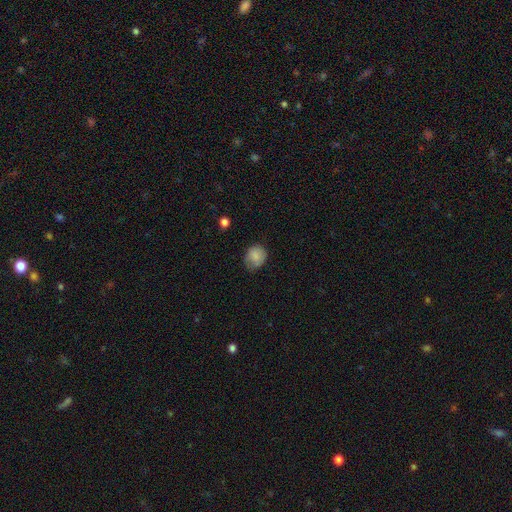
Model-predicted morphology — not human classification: A smooth galaxy with no disk features (82%) that is round (63%).

Vote fractions:
- Smooth or featured? smooth: 82% / featured or disk: 9% / star or artifact: 9%
- How rounded? round: 63% / in between: 36% / cigar-shaped: 1%
- Merging? none: 58% / minor disturbance: 32% / major disturbance: 9% / merger: 1%